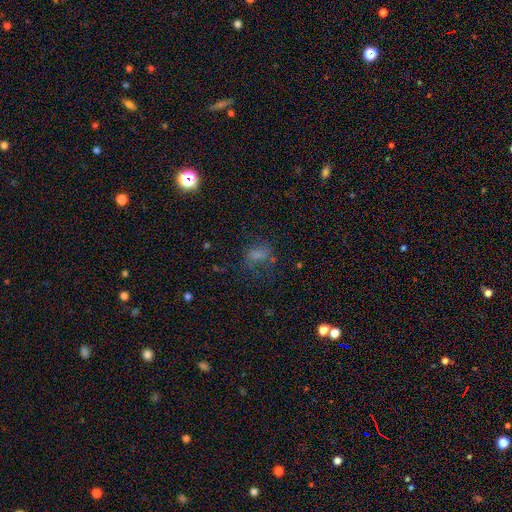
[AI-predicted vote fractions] Overall: smooth (59%; star or artifact 22%). How rounded: in between (71%). Merging: none (46%; major disturbance 27%).